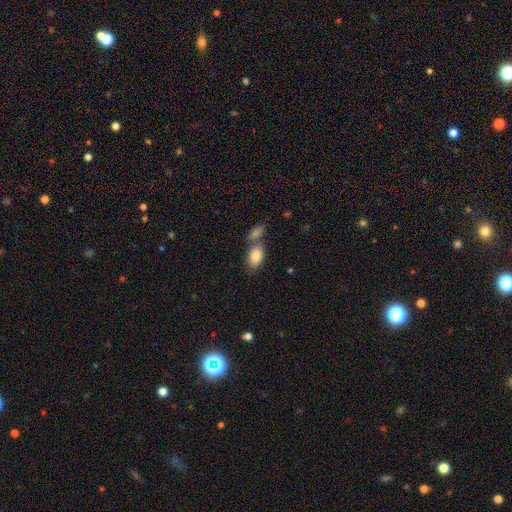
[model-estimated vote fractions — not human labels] The model was most divided on "merging": none: 45%, merger: 41%, minor disturbance: 10%, major disturbance: 3%. More confident: how rounded — in between (91%); smooth or featured — smooth (83%).